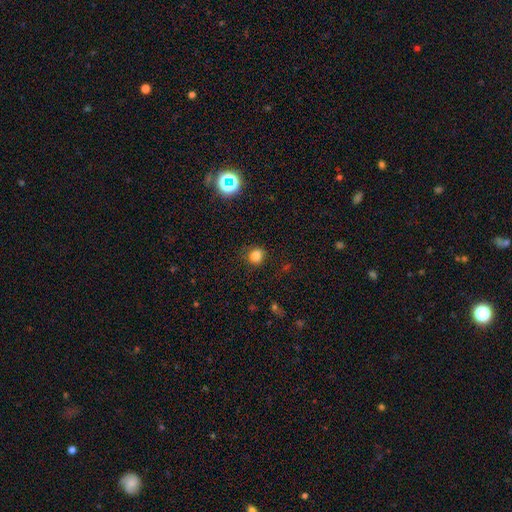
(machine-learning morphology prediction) smooth 81%, star or artifact 14%, featured or disk 4%. Down the decision tree: how rounded — round (76%); merging — none (80%).